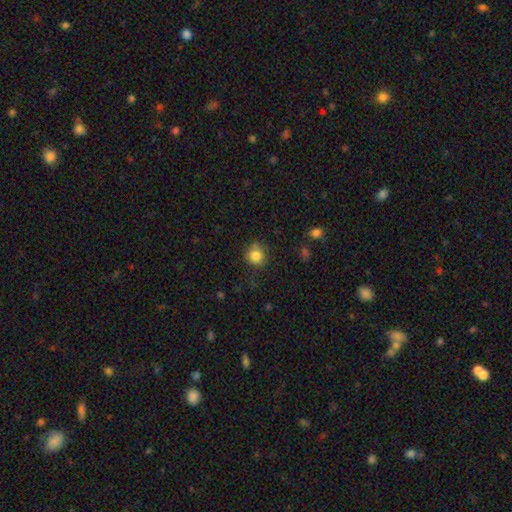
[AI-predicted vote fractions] smooth_or_featured: smooth (p=0.83) [alt: star or artifact p=0.11]
how_rounded: round (p=0.87) [alt: in between p=0.12]
merging: none (p=0.73) [alt: minor disturbance p=0.18]